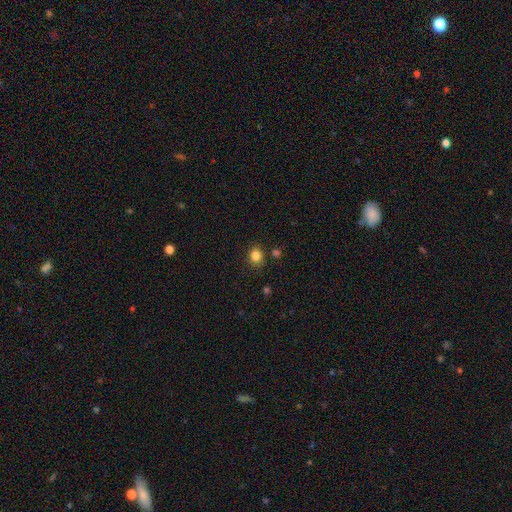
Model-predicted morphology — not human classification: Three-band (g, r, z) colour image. It shows a smooth galaxy with no disk features (83%) that is round (65%). Merging: none (81%).